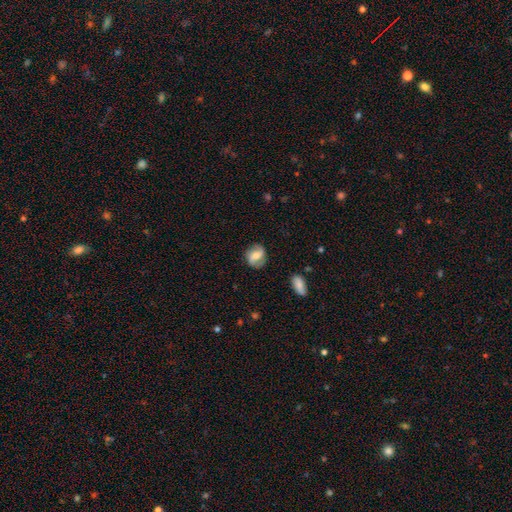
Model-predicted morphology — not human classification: type=featured or disk (53%); edge-on=no (96%); bar=weak (44%); spiral arms=yes (83%); bulge=moderate (54%); merging=none (77%).